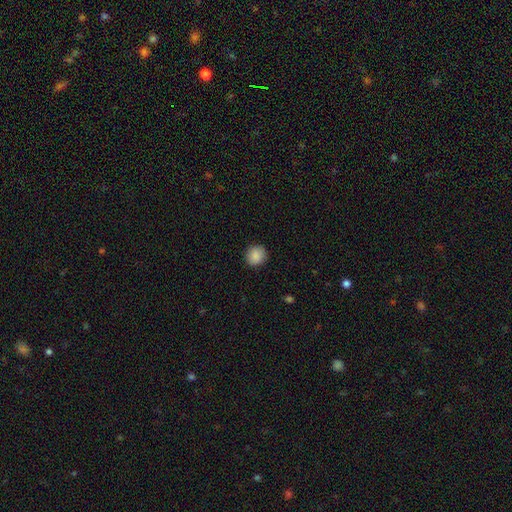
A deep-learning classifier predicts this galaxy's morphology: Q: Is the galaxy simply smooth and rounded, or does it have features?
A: smooth — 88%.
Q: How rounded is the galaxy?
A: round — 89%.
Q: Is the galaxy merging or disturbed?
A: none — 89%.